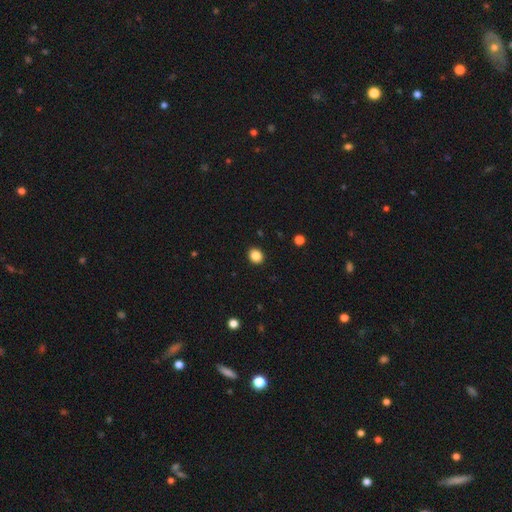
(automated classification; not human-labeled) Q: Smooth or featured?
A: smooth (86%); runner-up: star or artifact (10%)
Q: How rounded?
A: round (71%); runner-up: in between (28%)
Q: Merging?
A: none (92%); runner-up: minor disturbance (5%)